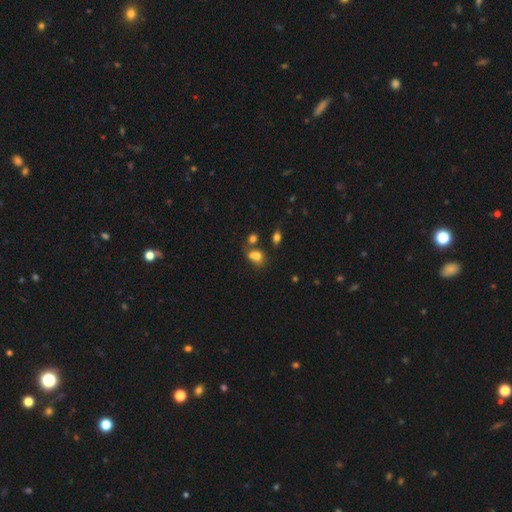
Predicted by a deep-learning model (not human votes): A smooth galaxy with no disk features (73%) that is in between round and cigar-shaped (57%). Merging: merger (45%).